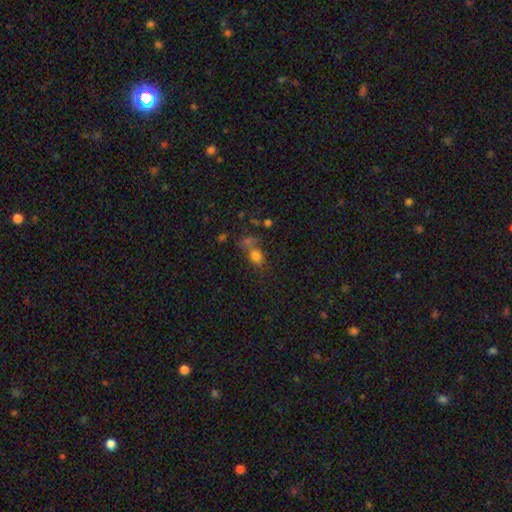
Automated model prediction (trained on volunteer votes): This appears to be a smooth galaxy with no disk features (74%) that is in between round and cigar-shaped (53%). Merging: none (44%).